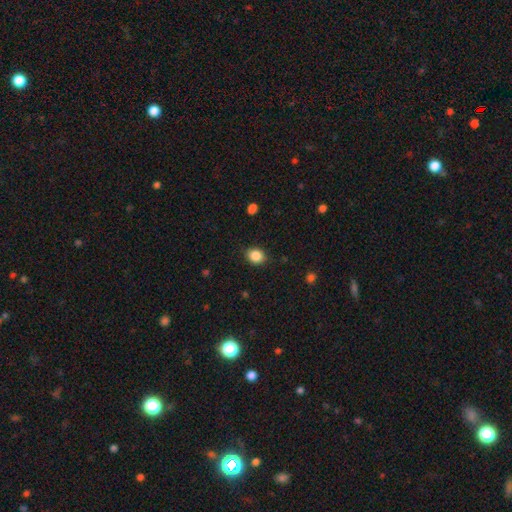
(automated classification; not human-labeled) A smooth galaxy with no disk features (87%) that is round (52%).

Vote fractions:
- Smooth or featured? smooth: 87% / star or artifact: 9% / featured or disk: 4%
- How rounded? round: 52% / in between: 48% / cigar-shaped: 1%
- Merging? none: 86% / minor disturbance: 10% / major disturbance: 3% / merger: 1%